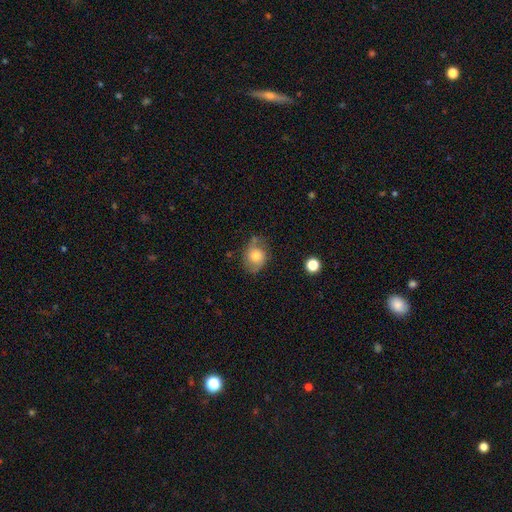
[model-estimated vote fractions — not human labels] Overall: smooth (56%; featured or disk 34%). How rounded: round (52%; in between 47%). Merging: none (57%; minor disturbance 28%).